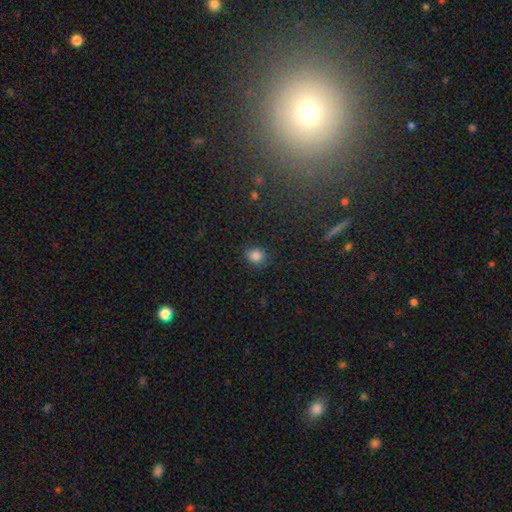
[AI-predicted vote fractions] Morphology: type=smooth (83%); roundness=round (66%); merging=none (77%).